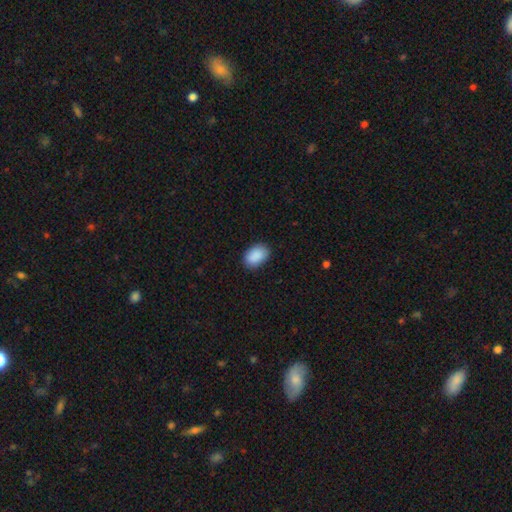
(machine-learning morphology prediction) smooth_or_featured: smooth (p=0.91) [alt: star or artifact p=0.07]
how_rounded: in between (p=0.88) [alt: round p=0.11]
merging: none (p=0.86) [alt: minor disturbance p=0.10]